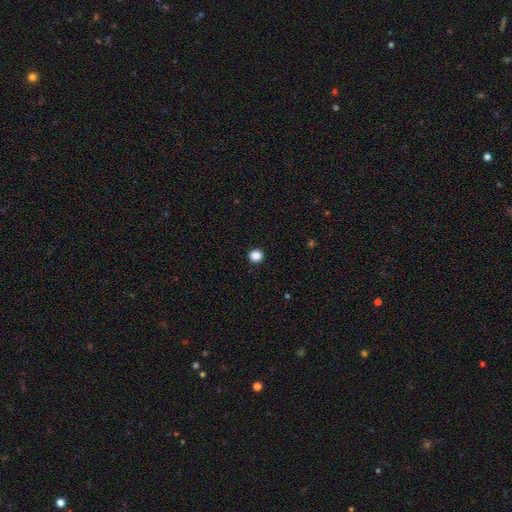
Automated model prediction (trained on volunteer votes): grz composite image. It shows a smooth galaxy with no disk features (86%) that is round (92%). Merging: none (93%).